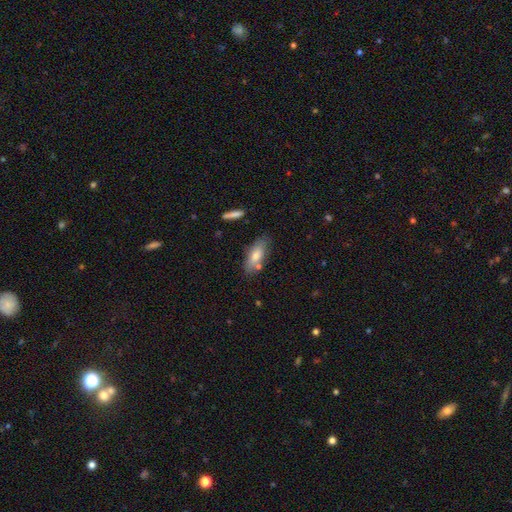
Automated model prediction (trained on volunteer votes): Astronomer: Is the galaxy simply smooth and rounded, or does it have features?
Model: smooth — 73%.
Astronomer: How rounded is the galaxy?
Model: in between — 74%.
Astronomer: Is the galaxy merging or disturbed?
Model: none — 74%.